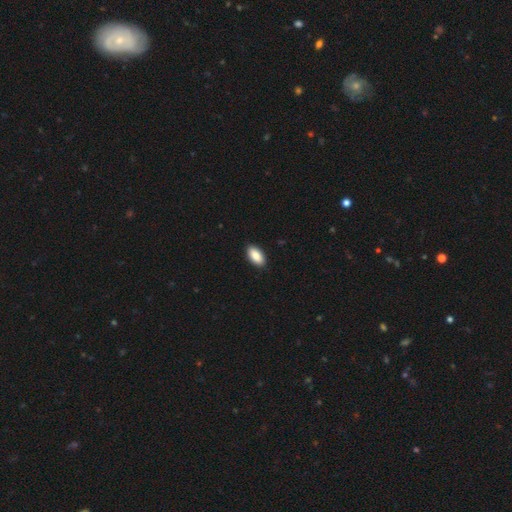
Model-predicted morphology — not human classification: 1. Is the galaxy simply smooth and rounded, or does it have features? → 89% smooth, 6% star or artifact, 5% featured or disk.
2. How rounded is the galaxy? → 93% in between, 4% cigar-shaped, 2% round.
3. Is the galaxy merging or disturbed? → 90% none, 7% minor disturbance, 2% major disturbance, 1% merger.